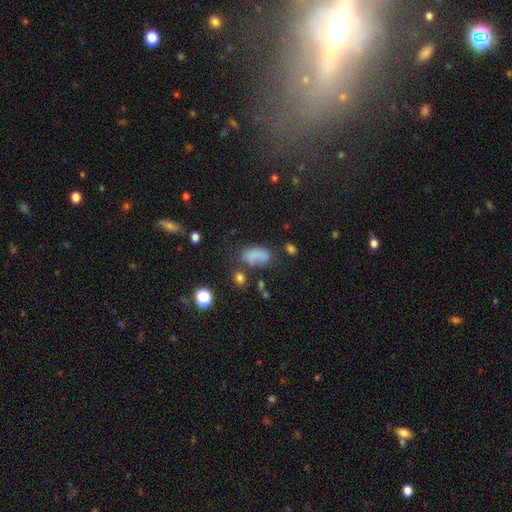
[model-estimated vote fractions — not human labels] smooth 76%, star or artifact 14%, featured or disk 10%. Down the decision tree: how rounded — in between (89%); merging — none (51%).